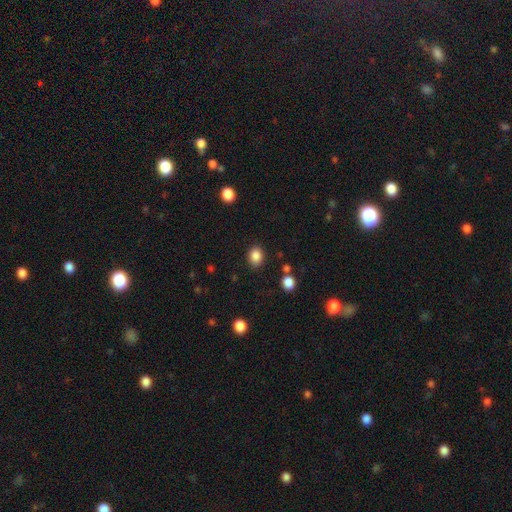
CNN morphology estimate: This is clearly a smooth galaxy (86%). How rounded: possibly in between (55%). Merging: clearly none (86%).